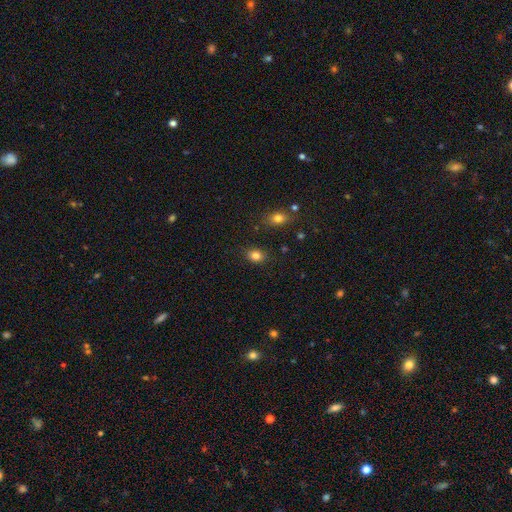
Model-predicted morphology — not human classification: type=smooth (83%); roundness=in between (52%); merging=none (84%).